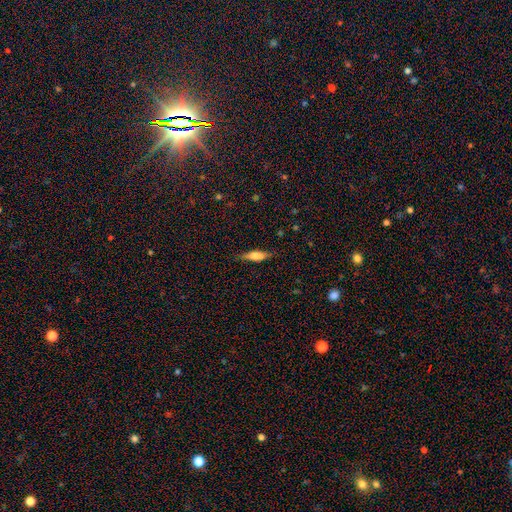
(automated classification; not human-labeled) Smooth or featured? smooth (62%)
How rounded? cigar-shaped (56%)
Merging? none (82%)